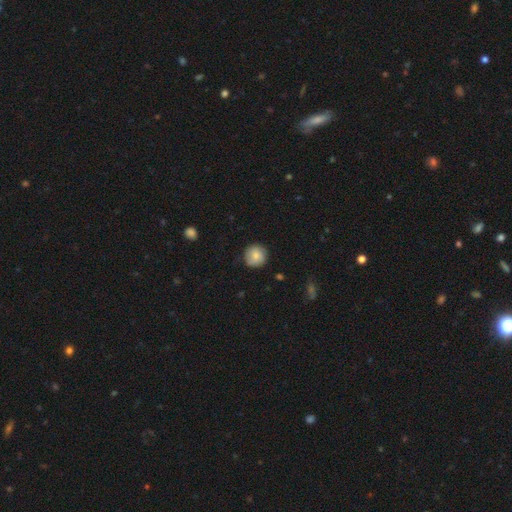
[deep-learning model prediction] This appears to be a smooth galaxy with no disk features (80%) that is round (94%). Merging: none (85%).